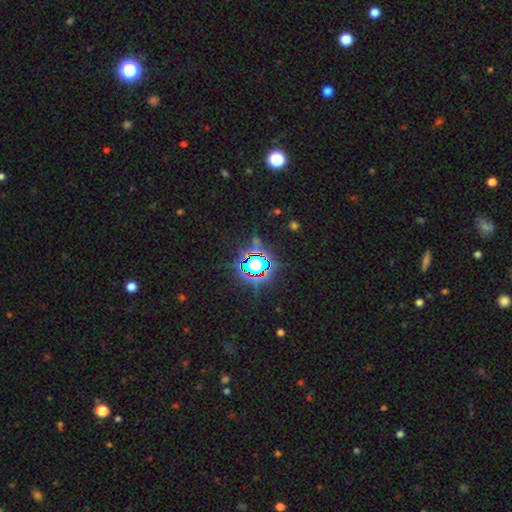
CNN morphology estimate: The model was most divided on "smooth or featured": star or artifact: 80%, smooth: 12%, featured or disk: 8%.